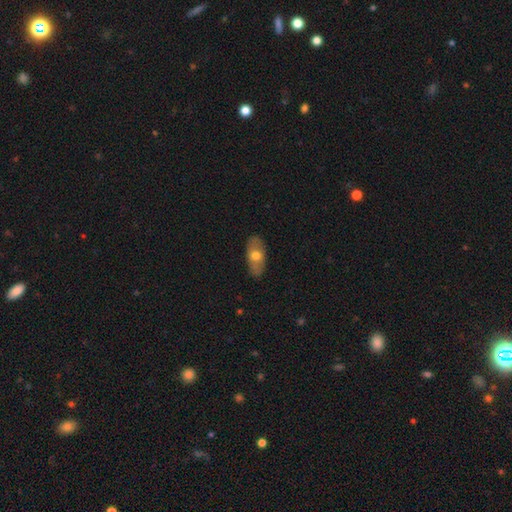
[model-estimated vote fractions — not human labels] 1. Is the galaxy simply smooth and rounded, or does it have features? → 61% smooth, 33% featured or disk, 6% star or artifact.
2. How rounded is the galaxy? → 89% in between, 6% cigar-shaped, 5% round.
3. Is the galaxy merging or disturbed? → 84% none, 12% minor disturbance, 2% major disturbance, 1% merger.